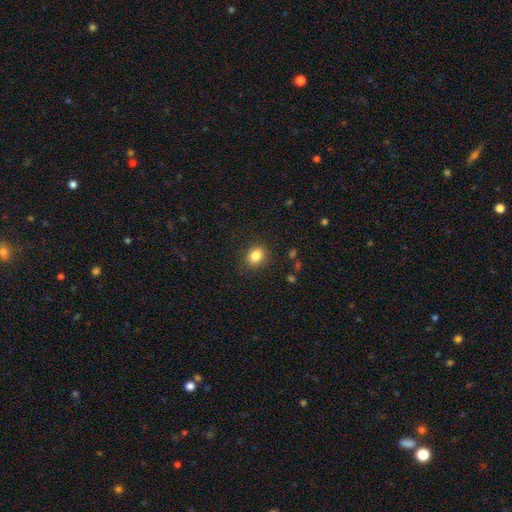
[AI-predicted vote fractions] smooth_or_featured: smooth (p=0.84) [alt: star or artifact p=0.10]
how_rounded: round (p=0.59) [alt: in between p=0.40]
merging: none (p=0.87) [alt: minor disturbance p=0.09]